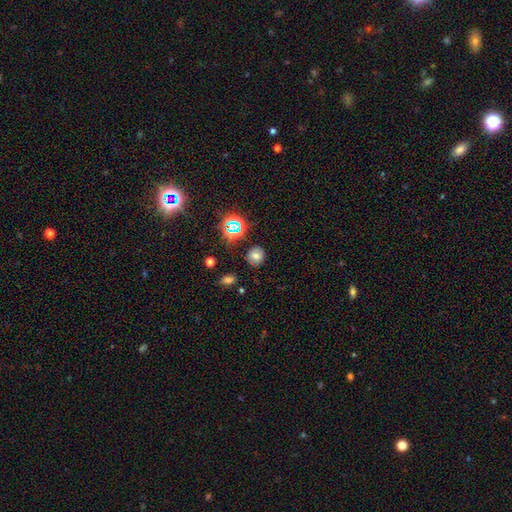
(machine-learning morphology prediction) The model was most divided on "smooth or featured": smooth: 67%, star or artifact: 22%, featured or disk: 11%. More confident: merging — none (82%); how rounded — round (77%).